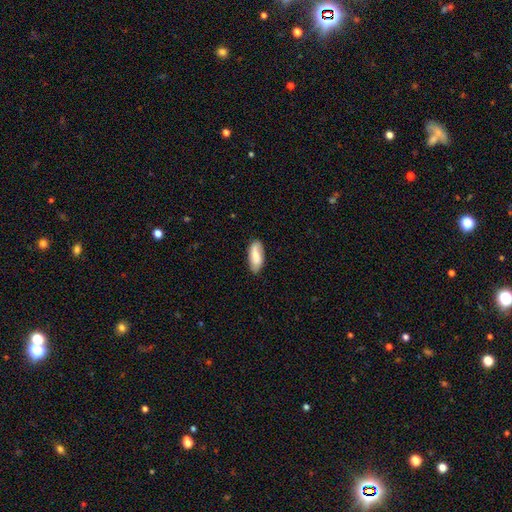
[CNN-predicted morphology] This is likely a smooth galaxy (75%). How rounded: clearly in between (82%). Merging: clearly none (81%).